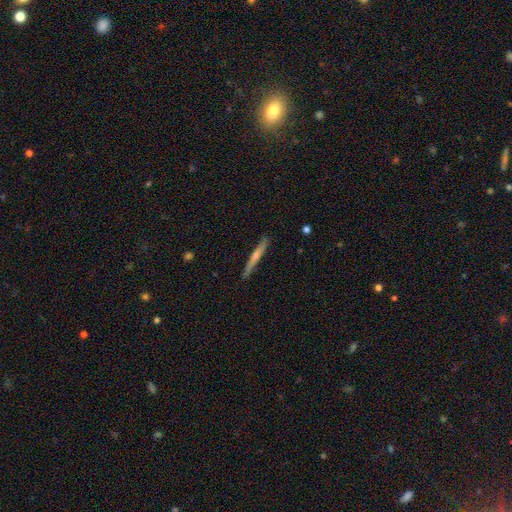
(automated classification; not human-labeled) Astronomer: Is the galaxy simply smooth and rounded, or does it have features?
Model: featured or disk — 63%.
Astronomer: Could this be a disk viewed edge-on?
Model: yes — 95%.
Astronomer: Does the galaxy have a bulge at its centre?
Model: rounded — 72%.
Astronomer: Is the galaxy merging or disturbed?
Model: none — 88%.